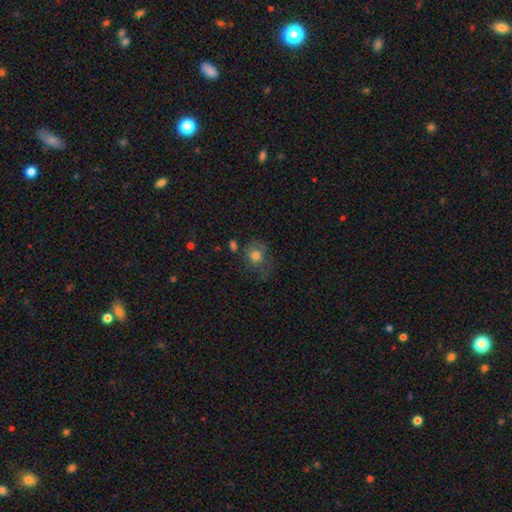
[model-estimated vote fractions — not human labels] This is likely a smooth galaxy (74%). How rounded: likely round (72%). Merging: possibly none (46%).